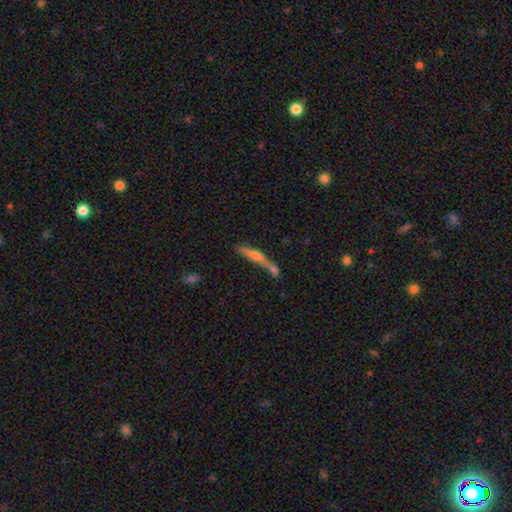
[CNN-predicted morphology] smooth_or_featured: featured or disk (p=0.48) [alt: smooth p=0.43]
merging: none (p=0.41) [alt: merger p=0.38]